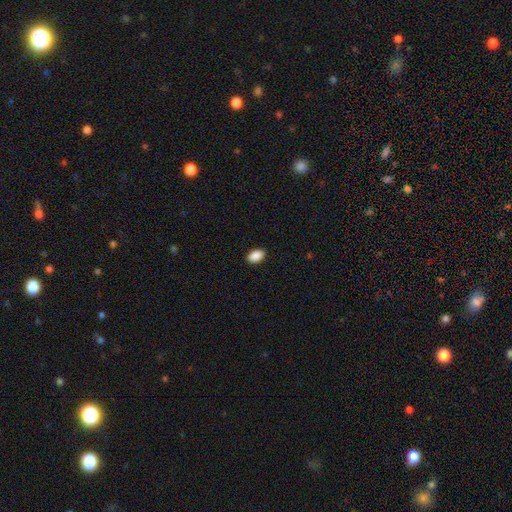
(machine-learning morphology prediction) Overall: smooth (90%). How rounded: in between (90%). Merging: none (90%).